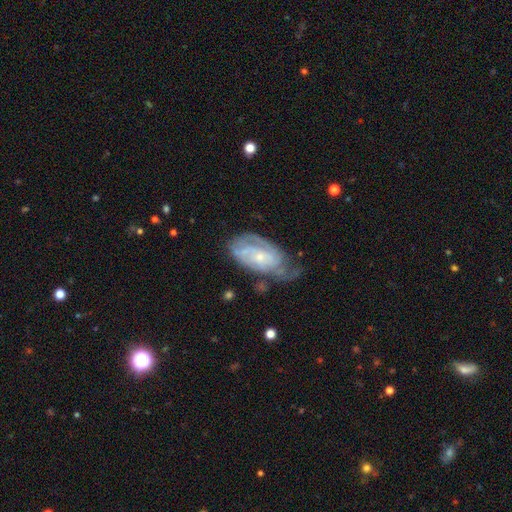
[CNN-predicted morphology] This is likely a featured or disk galaxy (77%). It is clearly not viewed edge-on (94%). Bar: possibly no (59%). Spiral arm pattern: clearly yes (91%). Spiral arm count: marginally 2 (39%). Spiral winding: possibly tight (59%). Central bulge: likely small (68%). Merging: possibly none (56%).